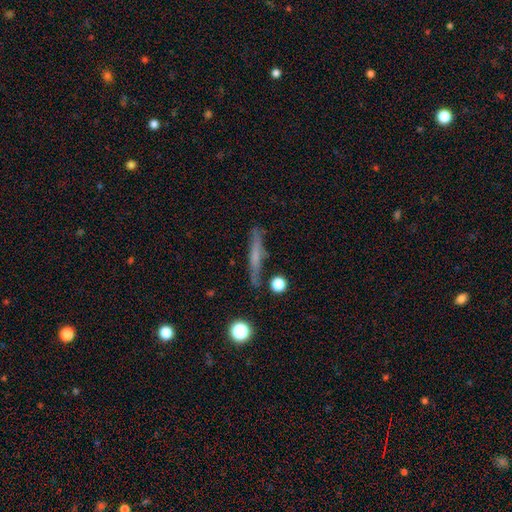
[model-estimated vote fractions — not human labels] Smooth or featured: smooth — 47% (featured or disk — 42%)
Merging: none — 79% (minor disturbance — 13%)